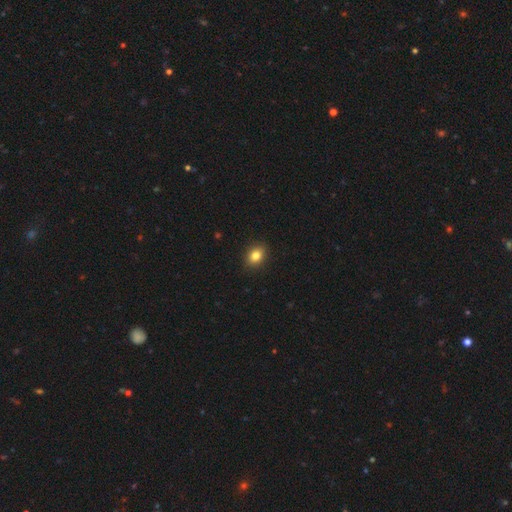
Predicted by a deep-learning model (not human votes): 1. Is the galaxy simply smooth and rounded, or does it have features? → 83% smooth, 10% star or artifact, 7% featured or disk.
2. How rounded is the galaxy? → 59% in between, 40% round, 1% cigar-shaped.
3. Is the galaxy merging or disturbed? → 90% none, 7% minor disturbance, 2% major disturbance, 1% merger.